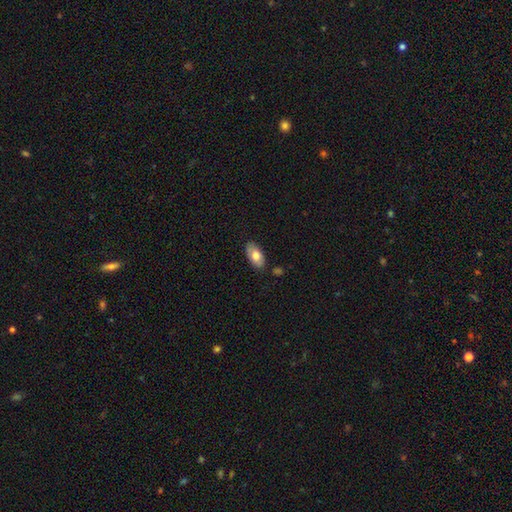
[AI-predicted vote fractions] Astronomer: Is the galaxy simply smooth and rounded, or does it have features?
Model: smooth — 73%.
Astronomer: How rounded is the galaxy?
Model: in between — 94%.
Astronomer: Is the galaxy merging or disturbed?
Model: none — 83%.